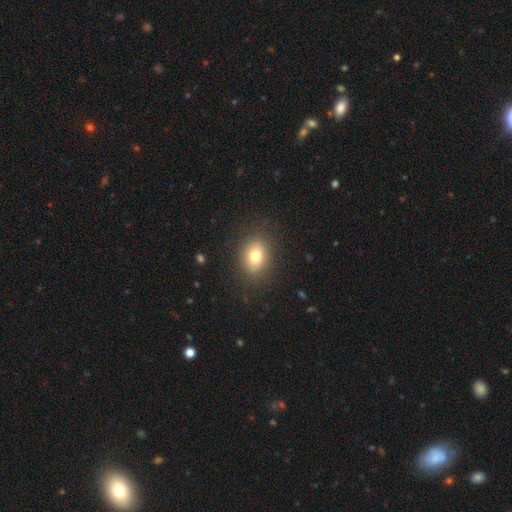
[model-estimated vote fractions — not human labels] smooth_or_featured: smooth (p=0.77) [alt: featured or disk p=0.13]
how_rounded: in between (p=0.59) [alt: round p=0.39]
merging: none (p=0.85) [alt: minor disturbance p=0.10]